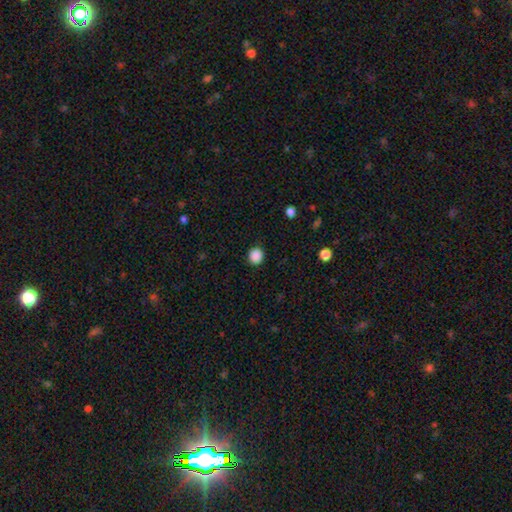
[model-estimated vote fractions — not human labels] smooth_or_featured: smooth (p=0.88) [alt: star or artifact p=0.10]
how_rounded: round (p=0.87) [alt: in between p=0.12]
merging: none (p=0.90) [alt: minor disturbance p=0.06]